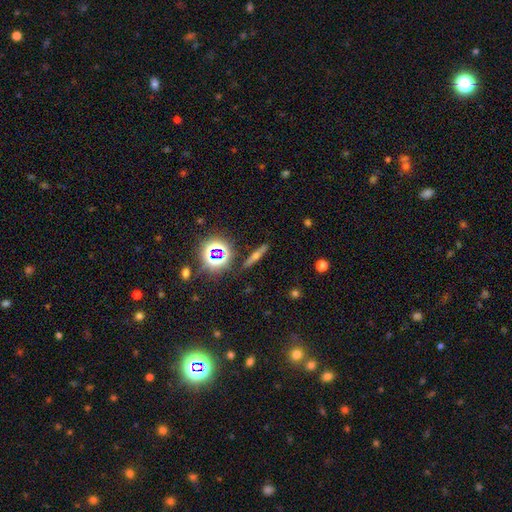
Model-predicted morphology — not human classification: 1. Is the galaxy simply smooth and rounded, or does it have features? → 46% featured or disk, 30% smooth, 24% star or artifact.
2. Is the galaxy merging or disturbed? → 89% none, 7% minor disturbance, 2% merger, 2% major disturbance.